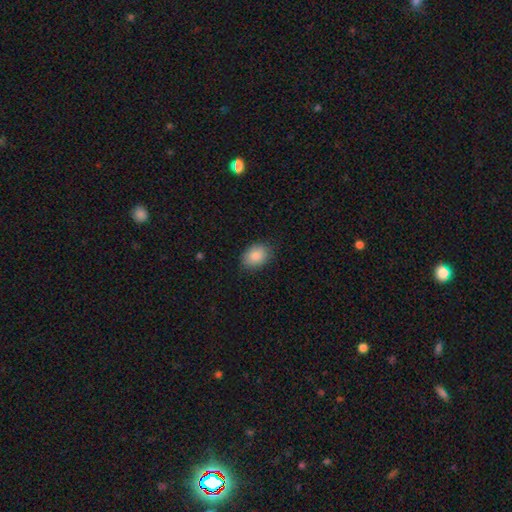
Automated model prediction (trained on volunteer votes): Smooth or featured: smooth — 87% (star or artifact — 7%)
How rounded: in between — 74% (round — 25%)
Merging: none — 83% (minor disturbance — 13%)